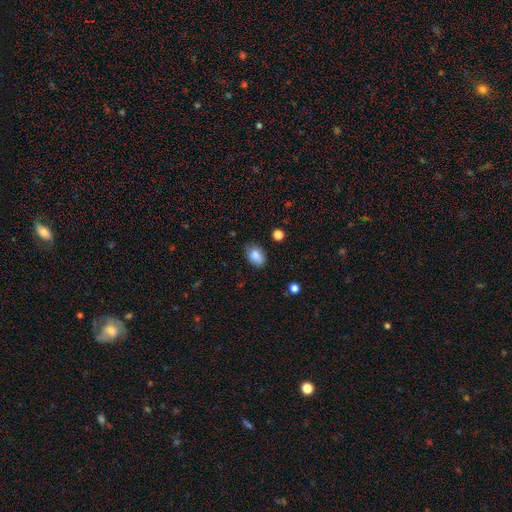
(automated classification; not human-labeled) Smooth or featured?
  - smooth: 85% *
  - star or artifact: 8%
  - featured or disk: 7%
How rounded?
  - in between: 85% *
  - round: 14%
  - cigar-shaped: 1%
Merging?
  - none: 77% *
  - minor disturbance: 18%
  - major disturbance: 3%
  - merger: 2%